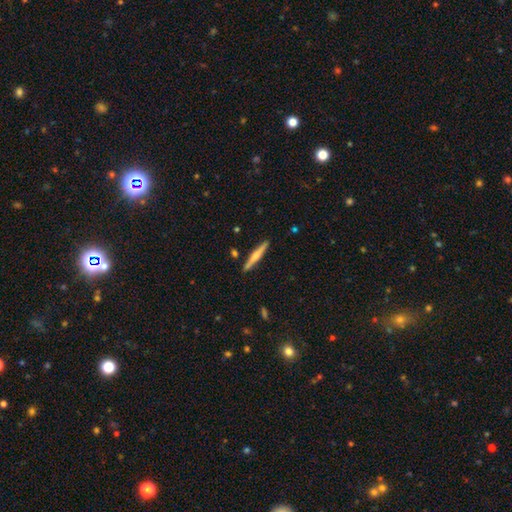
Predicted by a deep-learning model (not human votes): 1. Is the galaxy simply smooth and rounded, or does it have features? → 56% featured or disk, 38% smooth, 5% star or artifact.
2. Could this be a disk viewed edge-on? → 98% yes, 2% no.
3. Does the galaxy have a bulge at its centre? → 73% rounded, 14% none, 13% boxy.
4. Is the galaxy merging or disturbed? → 90% none, 7% minor disturbance, 2% merger, 1% major disturbance.